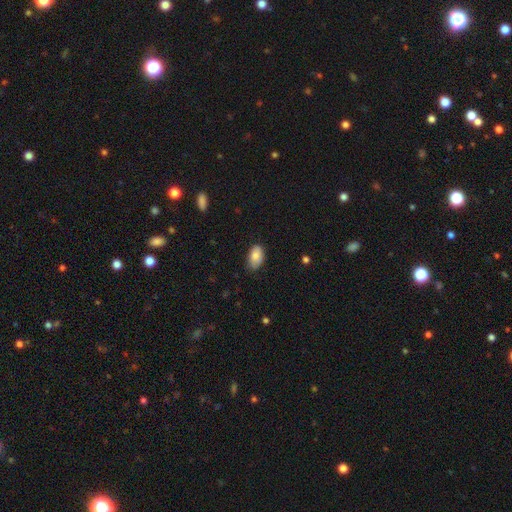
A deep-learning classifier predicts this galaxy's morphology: Q: Smooth or featured?
A: smooth (83%); runner-up: featured or disk (10%)
Q: How rounded?
A: in between (92%); runner-up: round (7%)
Q: Merging?
A: none (75%); runner-up: minor disturbance (21%)